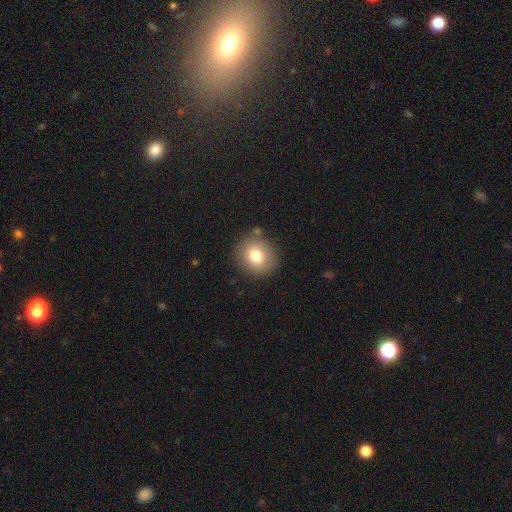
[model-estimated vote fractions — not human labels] smooth_or_featured: smooth (p=0.77) [alt: featured or disk p=0.13]
how_rounded: round (p=0.75) [alt: in between p=0.25]
merging: none (p=0.82) [alt: minor disturbance p=0.11]